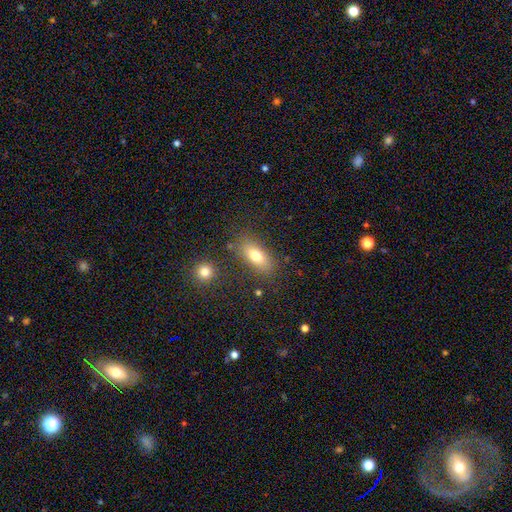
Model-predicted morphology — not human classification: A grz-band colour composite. It shows a smooth galaxy with no disk features (74%) that is in between round and cigar-shaped (81%). Merging: none (79%).